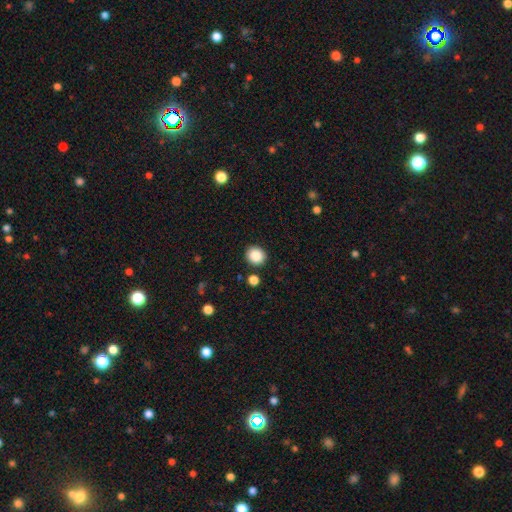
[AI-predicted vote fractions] This appears to be a smooth galaxy with no disk features (88%) that is round (86%). Merging: none (89%).